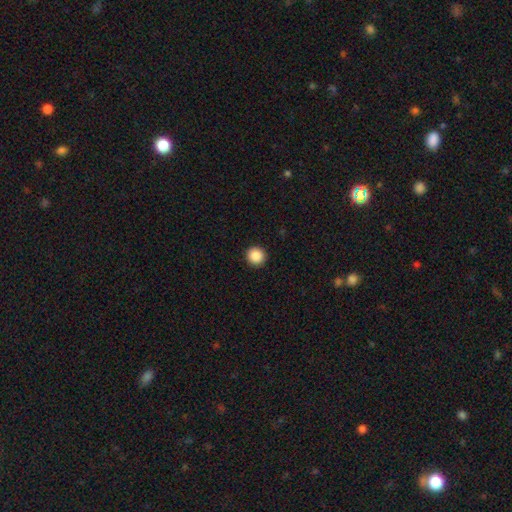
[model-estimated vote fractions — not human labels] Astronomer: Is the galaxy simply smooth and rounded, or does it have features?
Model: smooth — 88%.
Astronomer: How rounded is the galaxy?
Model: round — 95%.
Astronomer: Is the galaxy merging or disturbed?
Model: none — 93%.